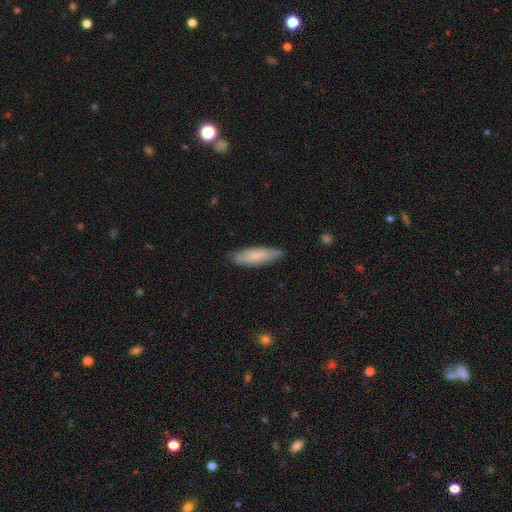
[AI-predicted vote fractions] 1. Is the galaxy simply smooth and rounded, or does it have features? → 77% smooth, 18% featured or disk, 6% star or artifact.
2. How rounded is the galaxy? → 61% cigar-shaped, 37% in between, 1% round.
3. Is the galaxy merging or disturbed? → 79% none, 17% minor disturbance, 3% major disturbance, 1% merger.